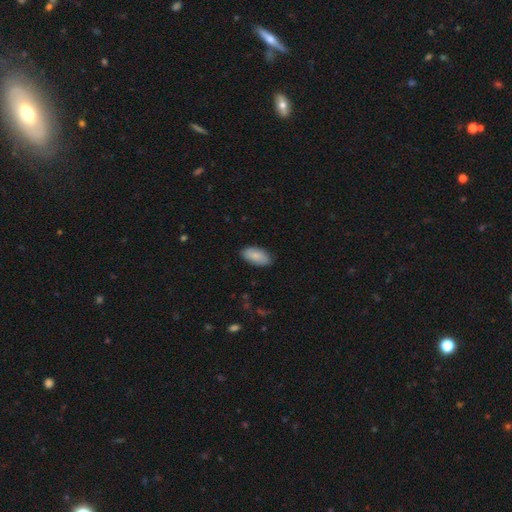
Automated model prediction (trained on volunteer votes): Q: Smooth or featured?
A: smooth (83%); runner-up: featured or disk (11%)
Q: How rounded?
A: in between (94%); runner-up: cigar-shaped (4%)
Q: Merging?
A: none (85%); runner-up: minor disturbance (12%)